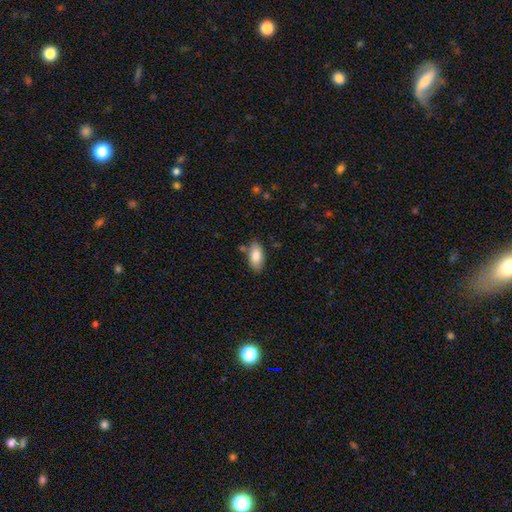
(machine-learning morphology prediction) smooth 83%, featured or disk 11%, star or artifact 7%. Down the decision tree: how rounded — in between (91%); merging — none (76%).